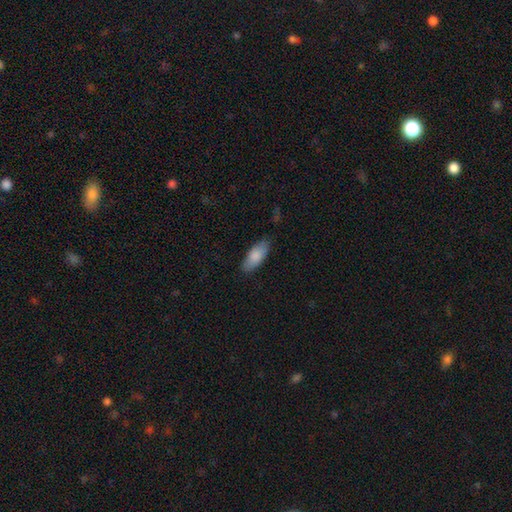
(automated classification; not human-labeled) Morphology: type=smooth (85%); roundness=in between (84%); merging=none (83%).